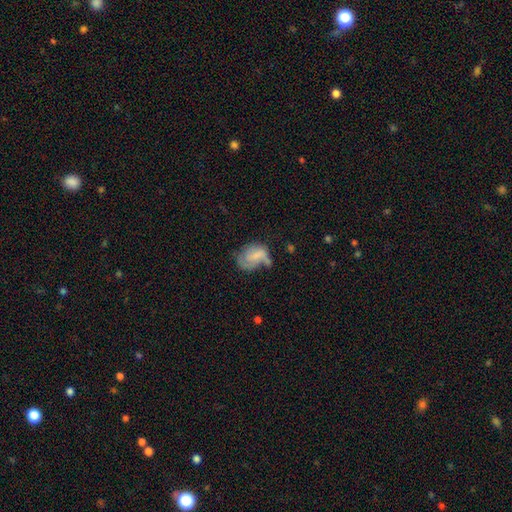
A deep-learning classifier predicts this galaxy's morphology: The model was most divided on "merging": major disturbance: 32%, minor disturbance: 29%, none: 29%, merger: 9%. Remaining: smooth or featured — featured or disk (48%).